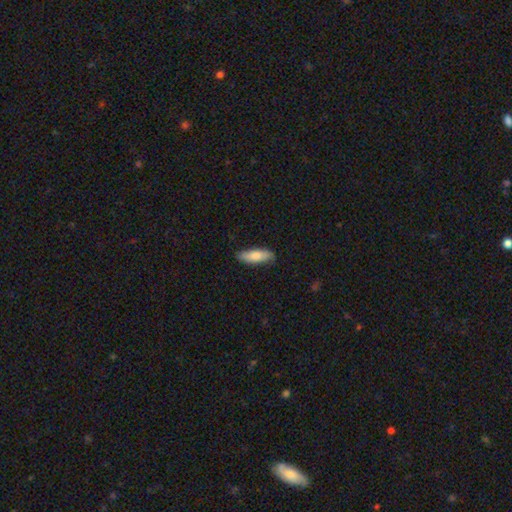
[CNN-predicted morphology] type=smooth (80%); roundness=in between (54%); merging=none (81%).